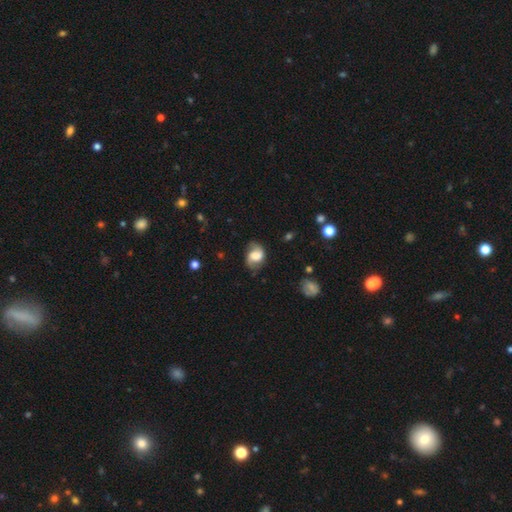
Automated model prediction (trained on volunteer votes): Smooth or featured: featured or disk — 55% (smooth — 37%)
Edge-on disk: no — 97% (yes — 3%)
Bar: no — 43% (tied with weak — 43%)
Spiral arms: yes — 87% (no — 13%)
Bulge size: large — 40% (moderate — 25%)
Merging: none — 65% (minor disturbance — 23%)